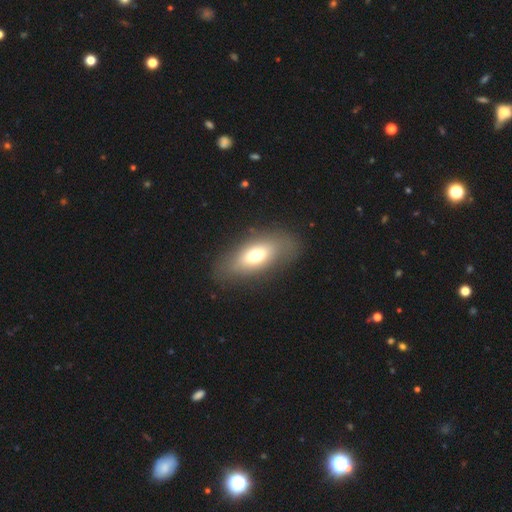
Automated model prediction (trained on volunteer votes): Morphology: type=smooth (67%); roundness=in between (84%); merging=none (80%).